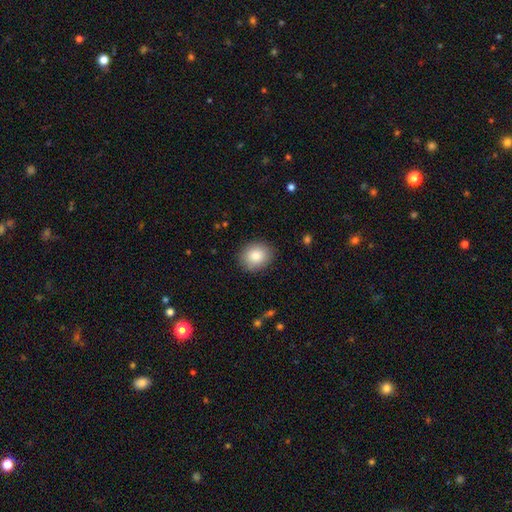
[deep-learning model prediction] Smooth or featured: smooth — 84% (star or artifact — 8%)
How rounded: round — 65% (in between — 34%)
Merging: none — 89% (minor disturbance — 8%)